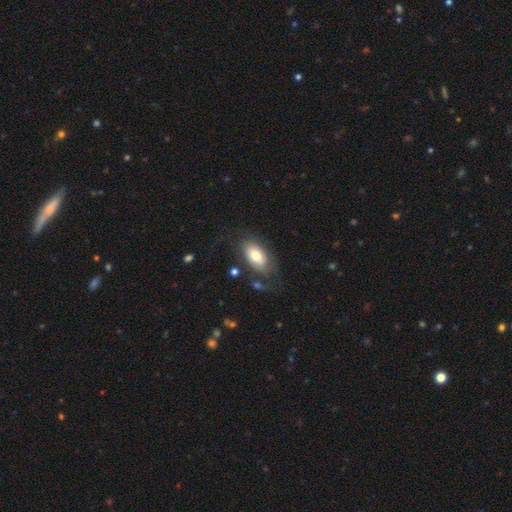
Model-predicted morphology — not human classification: smooth 67%, featured or disk 27%, star or artifact 6%. Down the decision tree: how rounded — in between (93%); merging — none (59%).